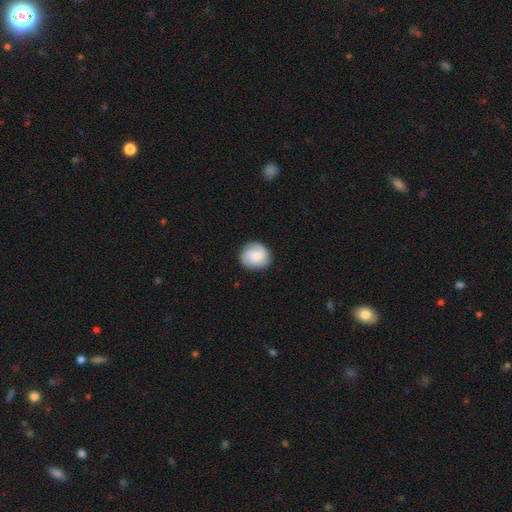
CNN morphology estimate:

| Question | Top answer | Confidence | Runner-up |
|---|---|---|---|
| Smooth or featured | smooth | 54% | featured or disk (38%) |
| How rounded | round | 84% | in between (15%) |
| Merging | none | 83% | minor disturbance (12%) |